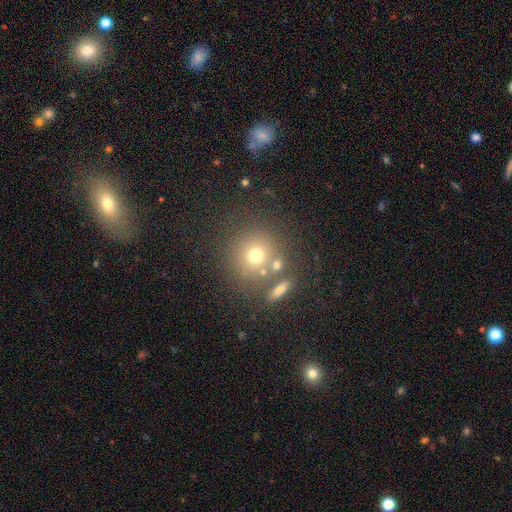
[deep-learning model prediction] Overall: smooth (69%). How rounded: round (91%). Merging: none (70%).